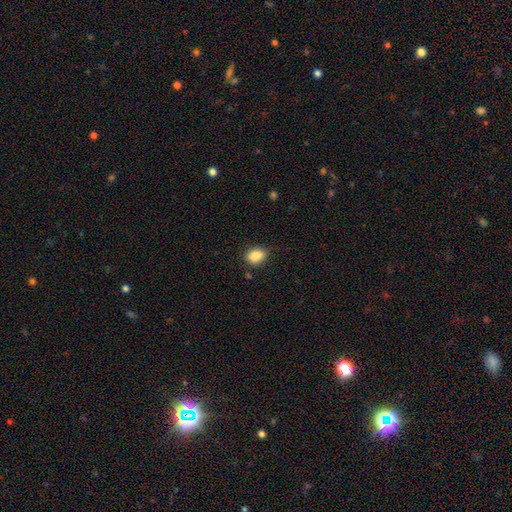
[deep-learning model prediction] Smooth or featured? Predicted: smooth (p=0.87). How rounded? Predicted: in between (p=0.76). Merging? Predicted: none (p=0.78).